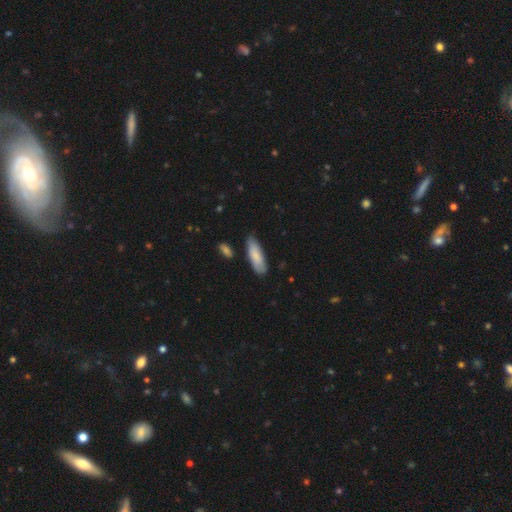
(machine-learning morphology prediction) A smooth galaxy with no disk features (81%) that is in between round and cigar-shaped (58%).

Vote fractions:
- Smooth or featured? smooth: 81% / featured or disk: 14% / star or artifact: 5%
- How rounded? in between: 58% / cigar-shaped: 40% / round: 2%
- Merging? none: 75% / minor disturbance: 19% / major disturbance: 3% / merger: 3%